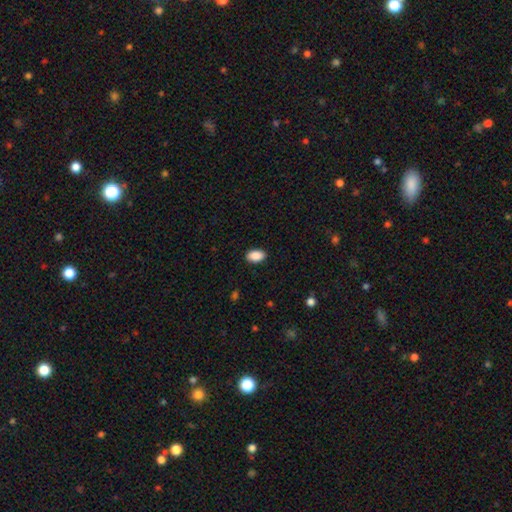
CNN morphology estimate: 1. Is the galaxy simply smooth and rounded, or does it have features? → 90% smooth, 7% star or artifact, 3% featured or disk.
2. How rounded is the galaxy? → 92% in between, 6% round, 1% cigar-shaped.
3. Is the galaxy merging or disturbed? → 89% none, 8% minor disturbance, 2% major disturbance, 1% merger.